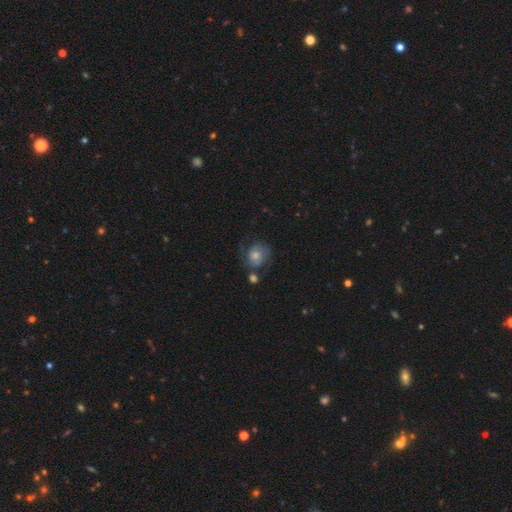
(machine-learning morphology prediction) A featured or disk galaxy (46%).

Vote fractions:
- Smooth or featured? featured or disk: 46% / smooth: 45% / star or artifact: 10%
- Merging? none: 51% / minor disturbance: 22% / major disturbance: 16% / merger: 11%